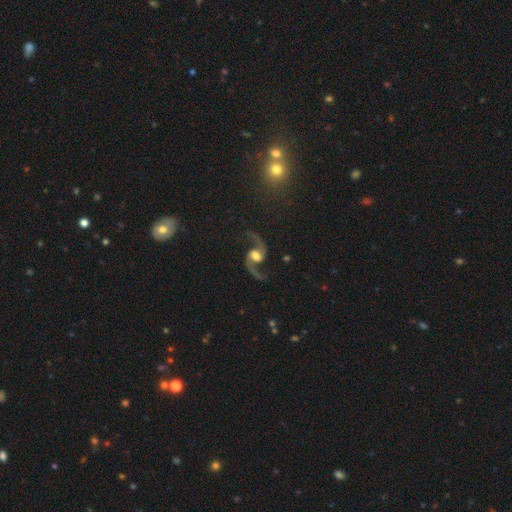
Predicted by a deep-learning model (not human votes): This is clearly a featured or disk galaxy (92%). It is clearly not viewed edge-on (97%). Bar: possibly no (48%). Spiral arm pattern: clearly yes (98%). Spiral arm count: clearly 2 (95%). Spiral winding: likely loose (75%). Central bulge: possibly moderate (54%). Merging: clearly none (82%).